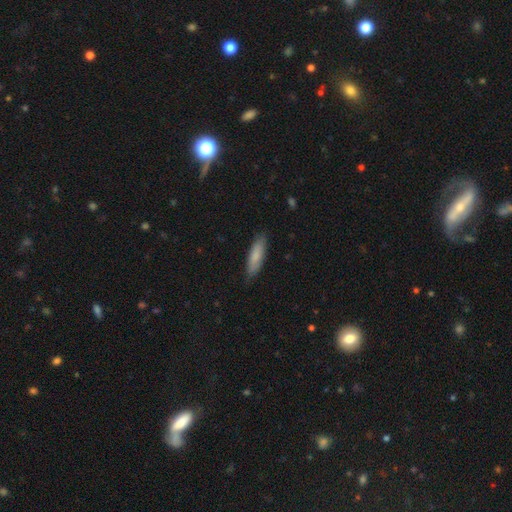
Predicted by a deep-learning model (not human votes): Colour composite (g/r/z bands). It shows a smooth galaxy with no disk features (81%) that is cigar-shaped (59%). Merging: none (82%).